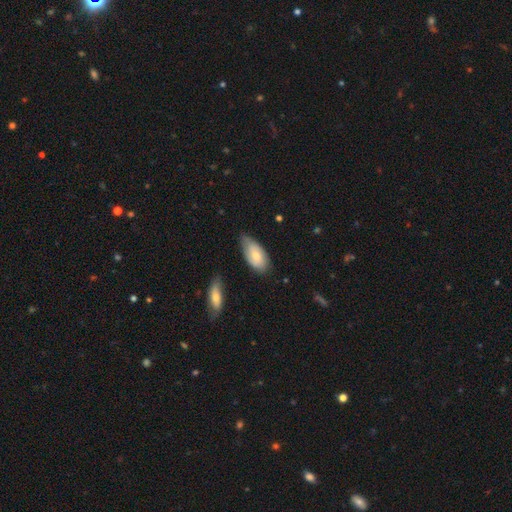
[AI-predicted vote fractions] smooth-or-featured: smooth: 69% | featured or disk: 26% | star or artifact: 6%
  how-rounded: in between: 93% | cigar-shaped: 4% | round: 3%
  merging: none: 56% | minor disturbance: 35% | major disturbance: 6% | merger: 3%